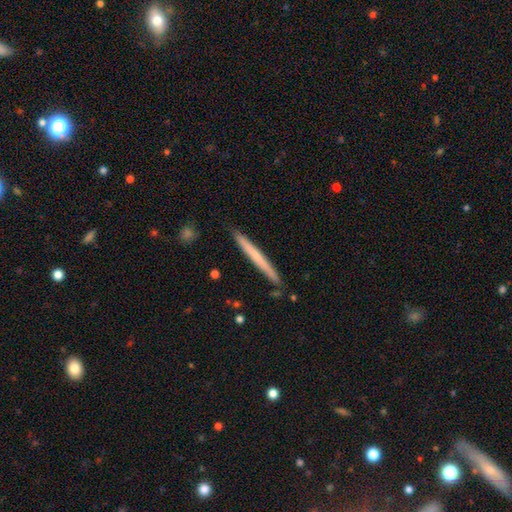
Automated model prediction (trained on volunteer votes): This is possibly a smooth galaxy (54%). How rounded: clearly cigar-shaped (97%). Merging: clearly none (89%).